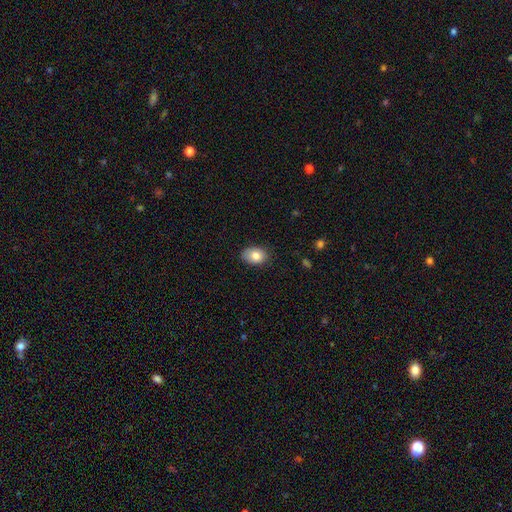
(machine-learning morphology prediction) Q: Smooth or featured?
A: smooth (82%); runner-up: featured or disk (9%)
Q: How rounded?
A: in between (75%); runner-up: round (24%)
Q: Merging?
A: none (78%); runner-up: minor disturbance (18%)